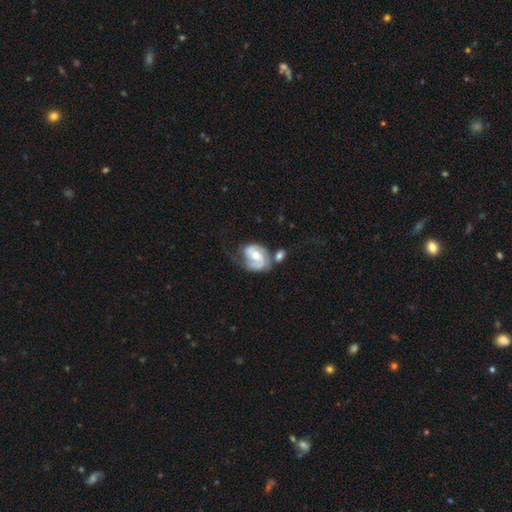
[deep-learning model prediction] Morphology: type=featured or disk (81%); edge-on=no (97%); bar=no (46%); spiral arms=yes (95%); winding=tight (45%); arm count=2 (71%); bulge=moderate (66%); merging=none (41%).